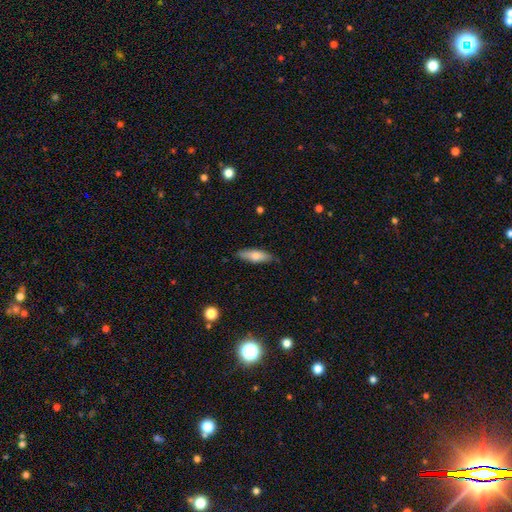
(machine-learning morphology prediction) Smooth or featured?
  - smooth: 71% *
  - featured or disk: 23%
  - star or artifact: 6%
How rounded?
  - in between: 51% *
  - cigar-shaped: 47%
  - round: 2%
Merging?
  - none: 83% *
  - minor disturbance: 13%
  - major disturbance: 2%
  - merger: 1%